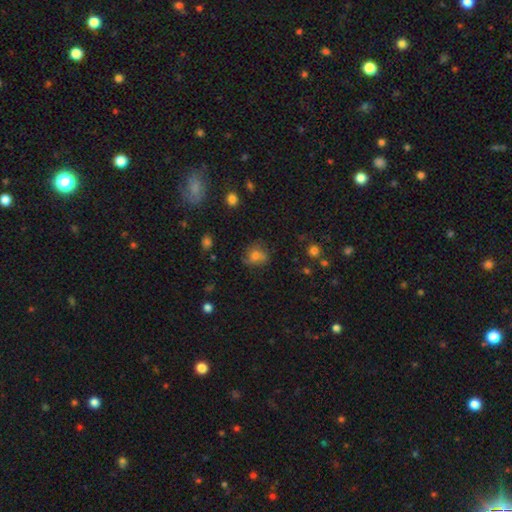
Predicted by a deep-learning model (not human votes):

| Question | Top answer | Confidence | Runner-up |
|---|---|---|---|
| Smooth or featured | smooth | 59% | featured or disk (26%) |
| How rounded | round | 66% | in between (33%) |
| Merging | none | 58% | minor disturbance (25%) |